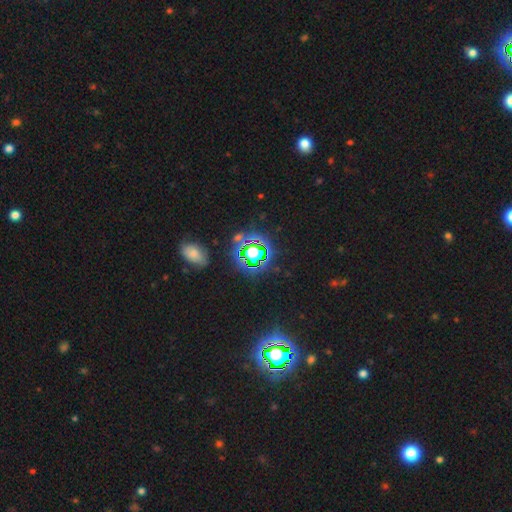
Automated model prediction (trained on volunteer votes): Q: Smooth or featured?
A: star or artifact (68%); runner-up: smooth (21%)